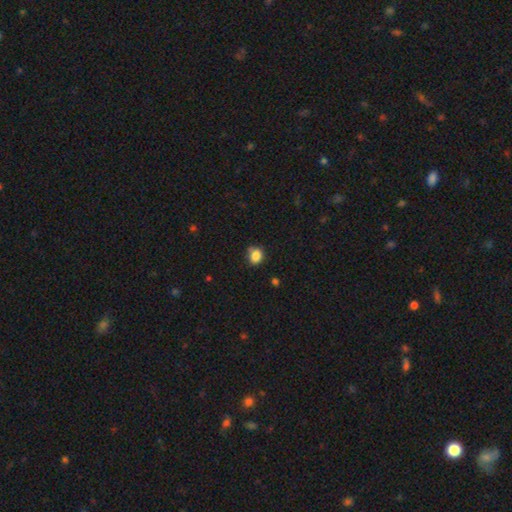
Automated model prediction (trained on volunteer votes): Overall: smooth (84%). How rounded: round (62%; in between 37%). Merging: none (67%).